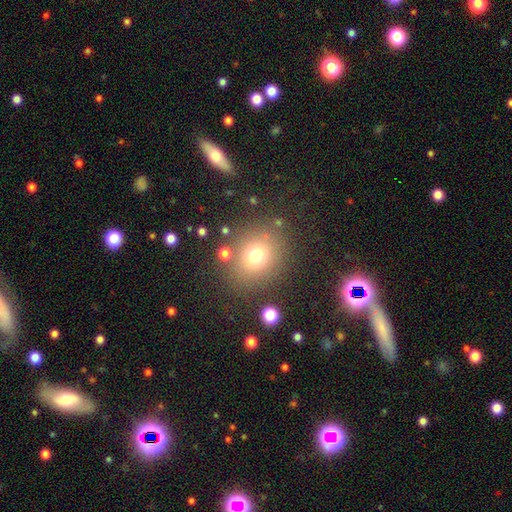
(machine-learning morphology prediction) A smooth galaxy with no disk features (71%) that is round (76%).

Vote fractions:
- Smooth or featured? smooth: 71% / star or artifact: 18% / featured or disk: 11%
- How rounded? round: 76% / in between: 23% / cigar-shaped: 1%
- Merging? none: 80% / minor disturbance: 10% / major disturbance: 5% / merger: 5%